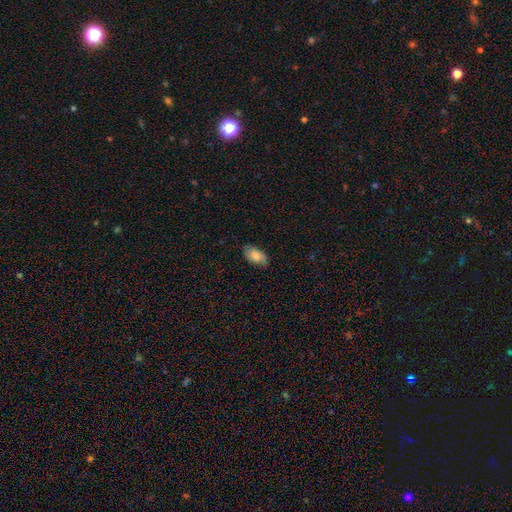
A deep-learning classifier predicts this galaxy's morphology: Smooth or featured? smooth (75%)
How rounded? in between (94%)
Merging? none (76%)